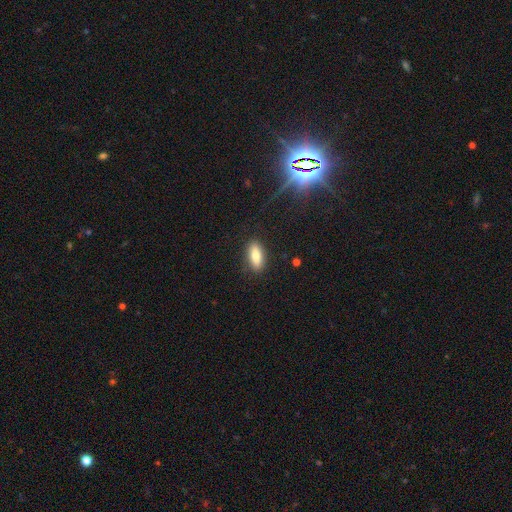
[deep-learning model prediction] A smooth galaxy with no disk features (80%) that is in between round and cigar-shaped (76%).

Vote fractions:
- Smooth or featured? smooth: 80% / featured or disk: 12% / star or artifact: 8%
- How rounded? in between: 76% / cigar-shaped: 21% / round: 3%
- Merging? none: 86% / minor disturbance: 10% / major disturbance: 3% / merger: 1%